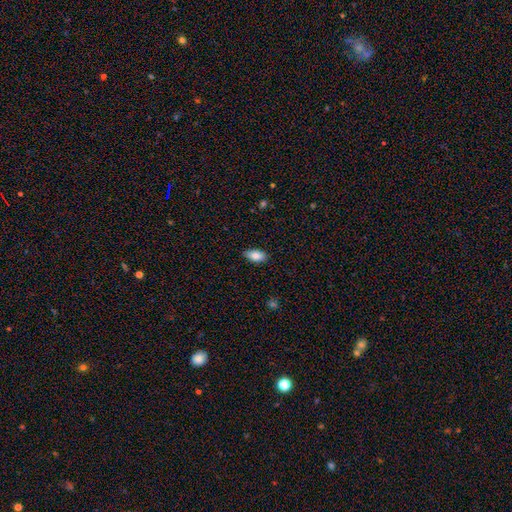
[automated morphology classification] Smooth or featured? Predicted: smooth (p=0.85). How rounded? Predicted: in between (p=0.91). Merging? Predicted: none (p=0.81).